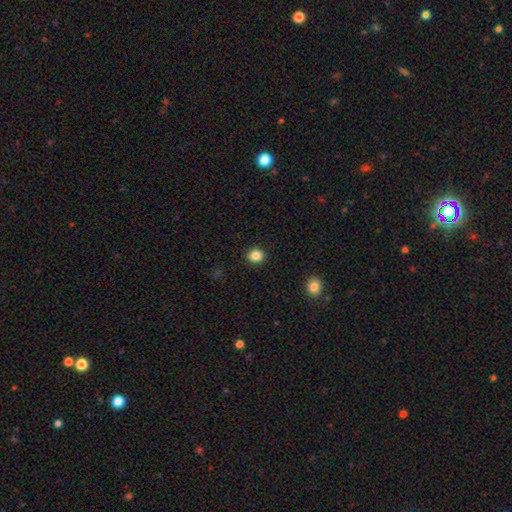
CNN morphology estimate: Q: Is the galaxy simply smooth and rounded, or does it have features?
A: smooth — 85%.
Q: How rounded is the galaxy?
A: round — 81%.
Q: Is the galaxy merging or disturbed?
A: none — 92%.